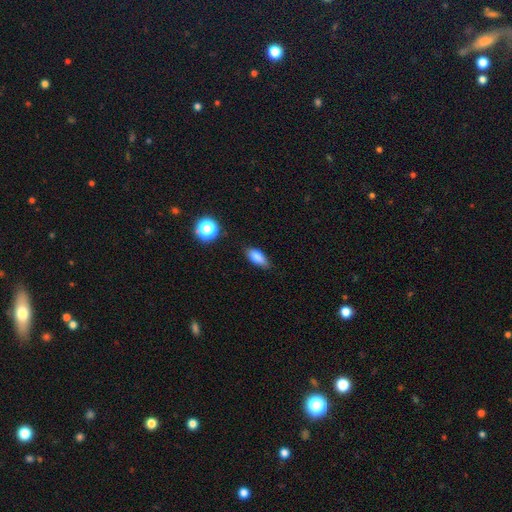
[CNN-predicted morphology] smooth_or_featured: smooth (p=0.82) [alt: star or artifact p=0.10]
how_rounded: in between (p=0.79) [alt: cigar-shaped p=0.15]
merging: none (p=0.77) [alt: minor disturbance p=0.18]